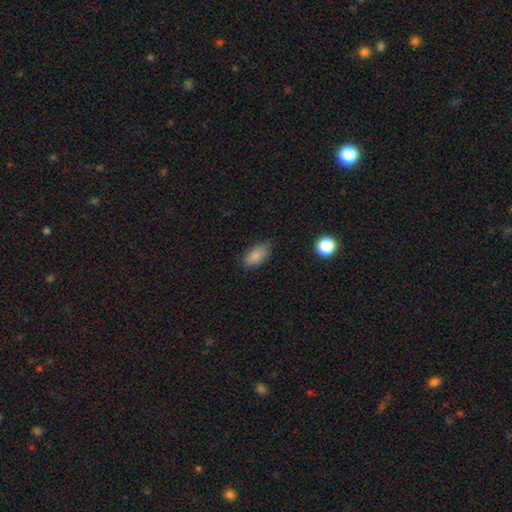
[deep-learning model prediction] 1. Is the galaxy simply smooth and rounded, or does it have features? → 85% smooth, 8% star or artifact, 6% featured or disk.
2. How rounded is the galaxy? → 91% in between, 6% round, 3% cigar-shaped.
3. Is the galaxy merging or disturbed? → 76% none, 18% minor disturbance, 4% major disturbance, 1% merger.